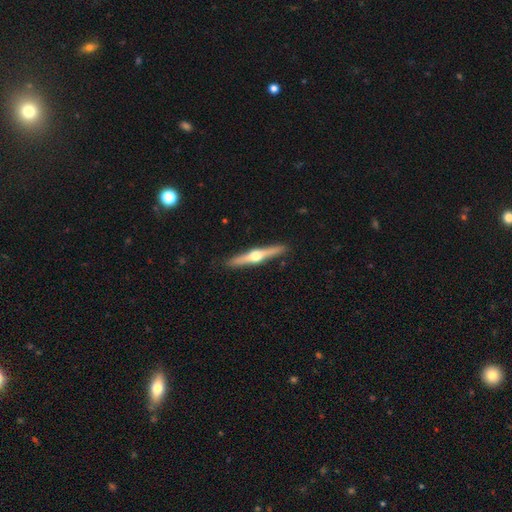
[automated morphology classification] smooth_or_featured: featured or disk (p=0.76) [alt: smooth p=0.20]
disk_edge_on: yes (p=0.98) [alt: no p=0.02]
edge_on_bulge: rounded (p=0.96) [alt: boxy p=0.02]
merging: none (p=0.91) [alt: minor disturbance p=0.06]